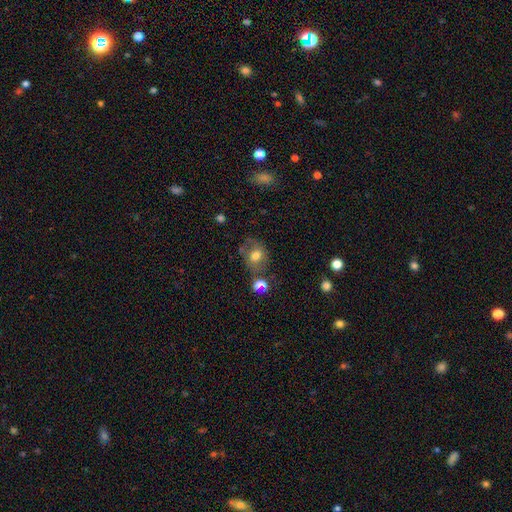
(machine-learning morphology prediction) This appears to be a smooth galaxy with no disk features (66%) that is round (55%). Merging: none (57%).